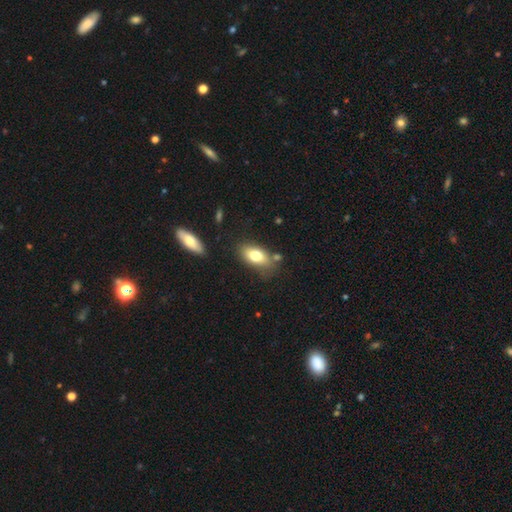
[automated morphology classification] A smooth galaxy with no disk features (75%) that is in between round and cigar-shaped (88%). Merging: none (71%).